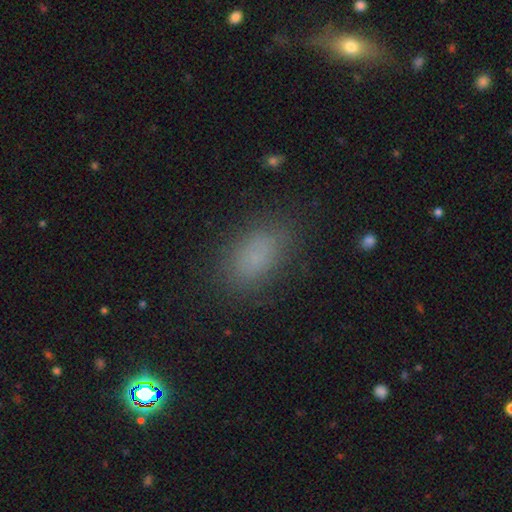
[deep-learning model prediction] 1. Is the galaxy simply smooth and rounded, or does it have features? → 79% smooth, 14% star or artifact, 7% featured or disk.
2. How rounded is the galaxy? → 88% in between, 9% round, 2% cigar-shaped.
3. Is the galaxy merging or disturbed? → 81% none, 13% minor disturbance, 5% major disturbance, 1% merger.